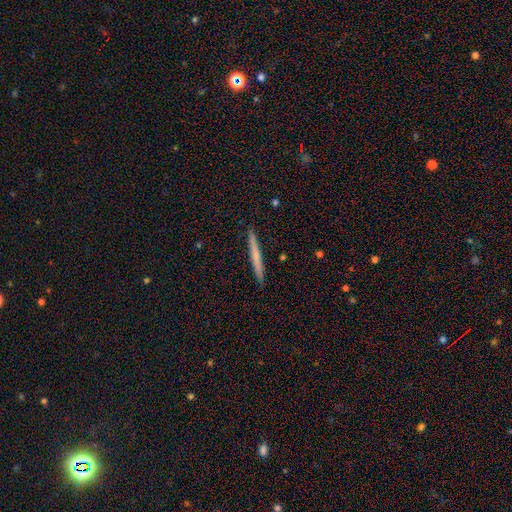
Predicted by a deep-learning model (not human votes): A smooth galaxy with no disk features (59%) that is cigar-shaped (97%).

Vote fractions:
- Smooth or featured? smooth: 59% / featured or disk: 35% / star or artifact: 6%
- How rounded? cigar-shaped: 97% / in between: 2% / round: 1%
- Merging? none: 92% / minor disturbance: 6% / major disturbance: 1% / merger: 1%